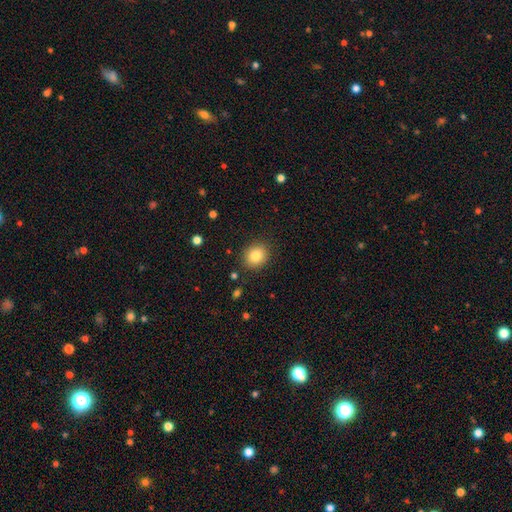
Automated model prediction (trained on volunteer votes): Overall: smooth (82%). How rounded: round (75%). Merging: none (89%).